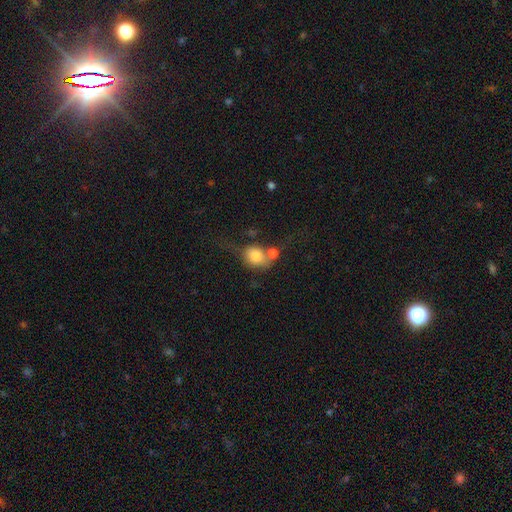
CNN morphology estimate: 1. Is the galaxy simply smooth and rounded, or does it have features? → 74% smooth, 17% featured or disk, 10% star or artifact.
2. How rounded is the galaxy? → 60% round, 38% in between, 2% cigar-shaped.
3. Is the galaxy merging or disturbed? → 38% merger, 28% none, 17% major disturbance, 17% minor disturbance.